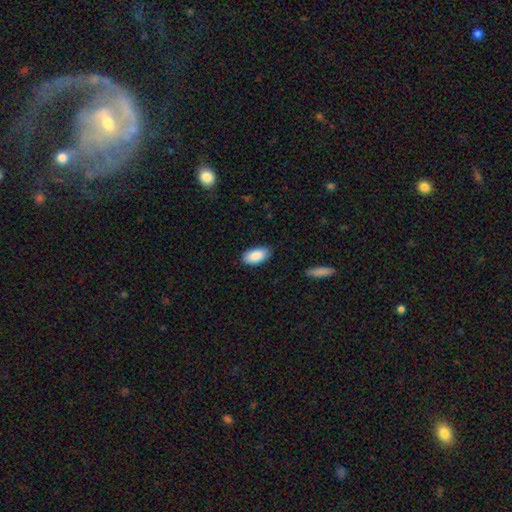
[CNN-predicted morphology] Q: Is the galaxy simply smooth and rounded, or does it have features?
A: smooth — 89%.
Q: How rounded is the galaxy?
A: in between — 94%.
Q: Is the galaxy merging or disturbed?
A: none — 85%.